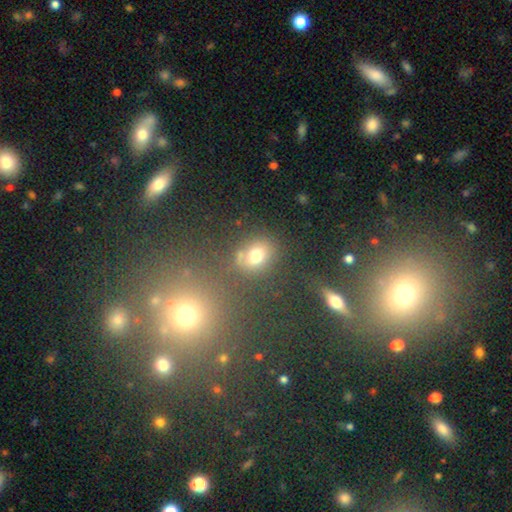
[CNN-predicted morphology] Smooth or featured: smooth — 70% (star or artifact — 19%)
How rounded: round — 66% (in between — 32%)
Merging: none — 70% (minor disturbance — 13%)